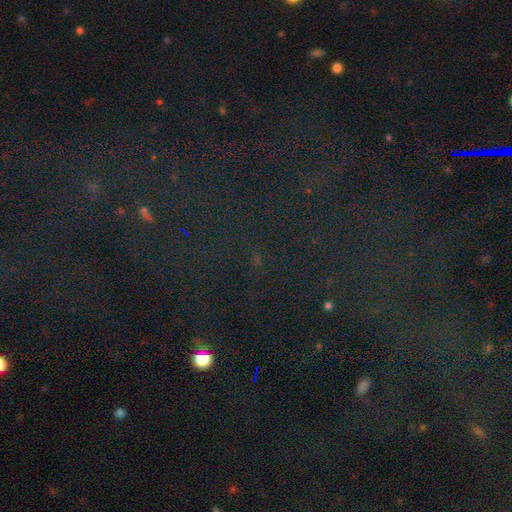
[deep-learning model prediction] Q: Smooth or featured?
A: star or artifact (78%); runner-up: smooth (14%)